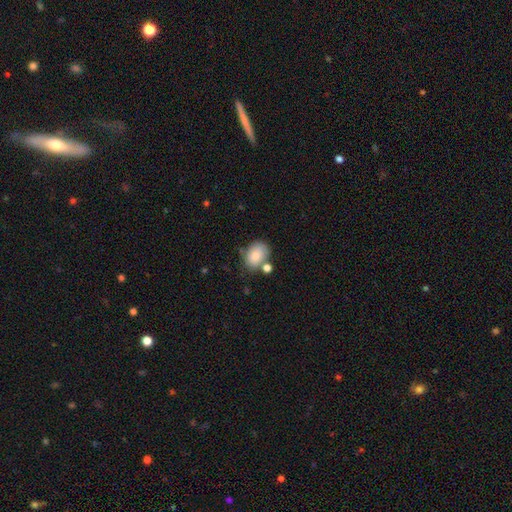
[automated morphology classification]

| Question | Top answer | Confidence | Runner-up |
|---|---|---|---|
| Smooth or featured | smooth | 83% | featured or disk (10%) |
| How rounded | in between | 74% | round (25%) |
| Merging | none | 60% | minor disturbance (19%) |